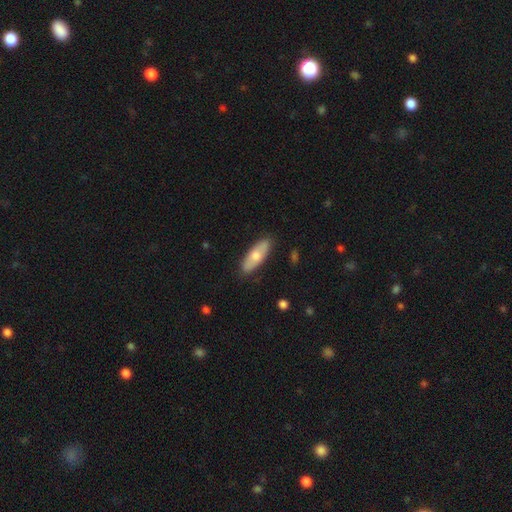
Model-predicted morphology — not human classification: smooth 63%, featured or disk 31%, star or artifact 6%. Down the decision tree: how rounded — in between (63%); merging — none (87%).